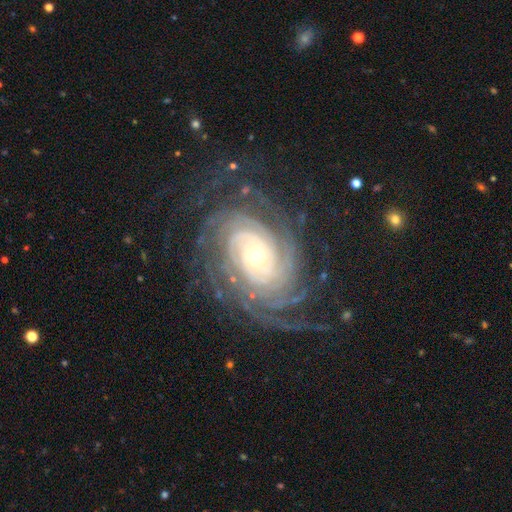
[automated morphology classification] featured or disk 91%, star or artifact 6%, smooth 3%. Down the decision tree: edge-on disk — no (97%); bar — no (65%); spiral arms — yes (98%); spiral arm count — more than 4 (29%); spiral winding — tight (82%); bulge size — small (51%); merging — none (76%).